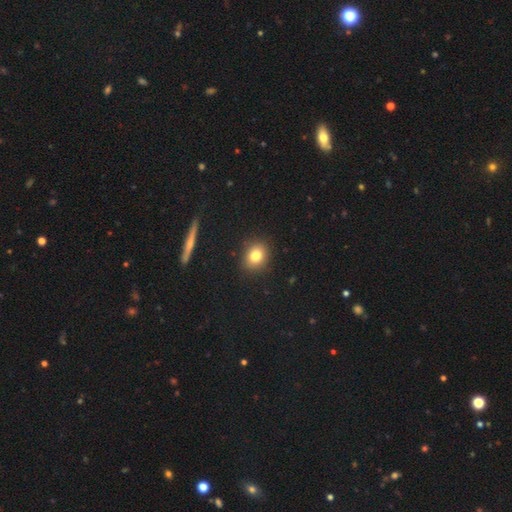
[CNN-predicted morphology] Smooth or featured? smooth (80%)
How rounded? round (66%)
Merging? none (89%)